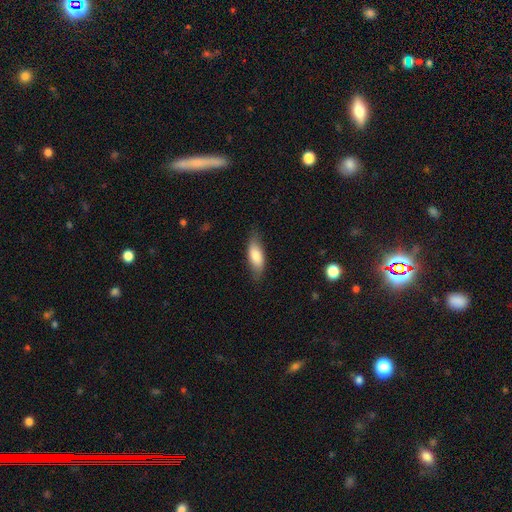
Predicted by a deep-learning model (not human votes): This appears to be a smooth galaxy with no disk features (79%) that is in between round and cigar-shaped (73%). Merging: none (75%).